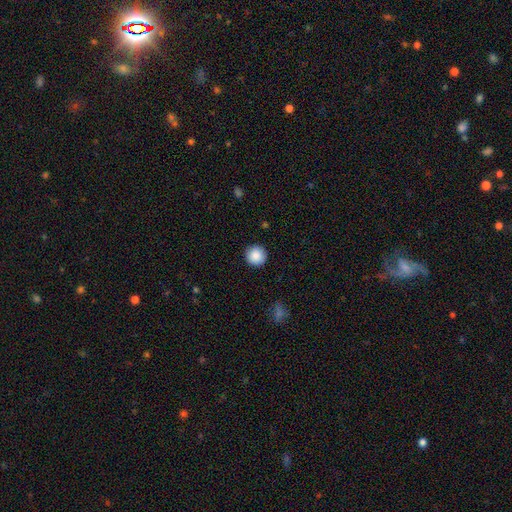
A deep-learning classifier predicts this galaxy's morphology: smooth-or-featured: smooth: 88% | star or artifact: 8% | featured or disk: 3%
  how-rounded: round: 96% | in between: 3% | cigar-shaped: 1%
  merging: none: 92% | minor disturbance: 6% | major disturbance: 2% | merger: 1%